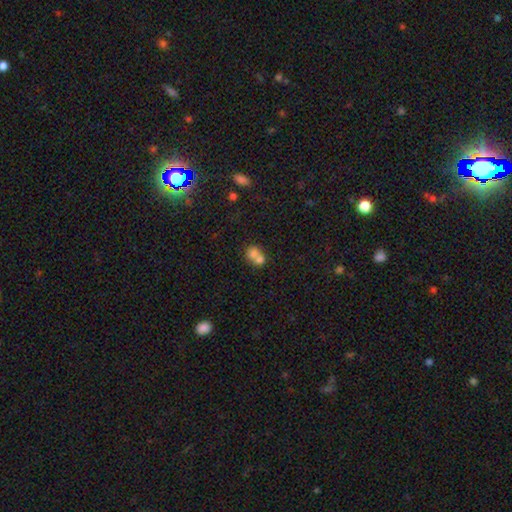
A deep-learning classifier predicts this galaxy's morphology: A smooth galaxy with no disk features (72%) that is round (69%).

Vote fractions:
- Smooth or featured? smooth: 72% / featured or disk: 17% / star or artifact: 10%
- How rounded? round: 69% / in between: 30% / cigar-shaped: 1%
- Merging? merger: 68% / none: 24% / minor disturbance: 5% / major disturbance: 3%